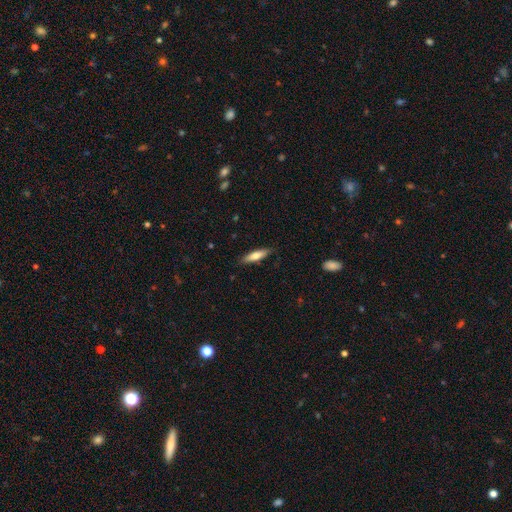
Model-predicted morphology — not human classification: A smooth galaxy with no disk features (69%) that is cigar-shaped (69%).

Vote fractions:
- Smooth or featured? smooth: 69% / featured or disk: 25% / star or artifact: 6%
- How rounded? cigar-shaped: 69% / in between: 30% / round: 2%
- Merging? none: 87% / minor disturbance: 10% / major disturbance: 2% / merger: 1%